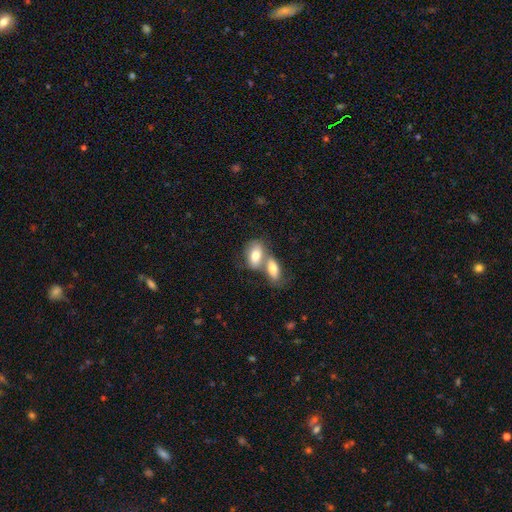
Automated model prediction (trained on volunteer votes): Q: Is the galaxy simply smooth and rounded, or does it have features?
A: smooth — 74%.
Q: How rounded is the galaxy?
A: in between — 88%.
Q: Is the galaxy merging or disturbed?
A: merger — 62%.